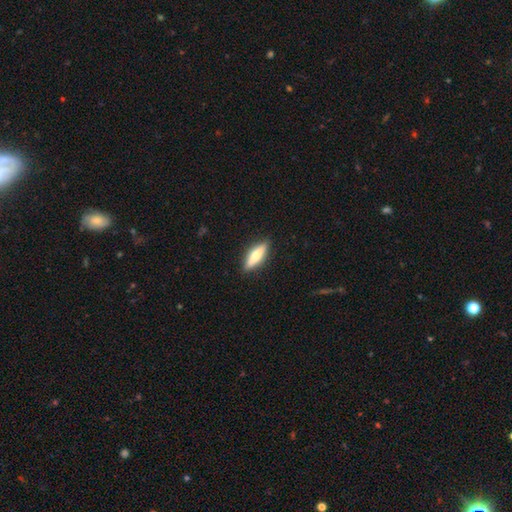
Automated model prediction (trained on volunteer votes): Smooth or featured? Predicted: smooth (p=0.52). How rounded? Predicted: cigar-shaped (p=0.59). Merging? Predicted: none (p=0.89).